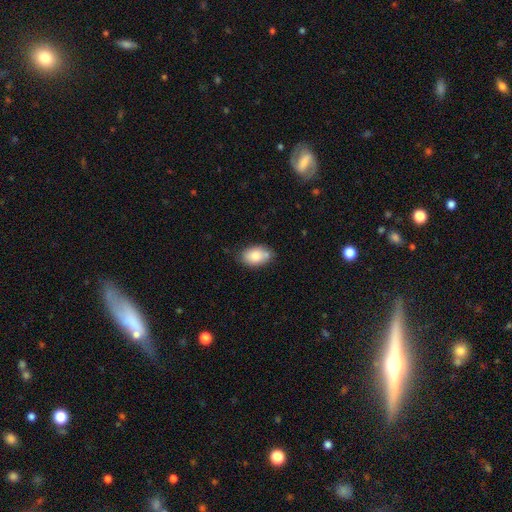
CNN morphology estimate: Overall: smooth (82%). How rounded: in between (88%). Merging: none (69%).